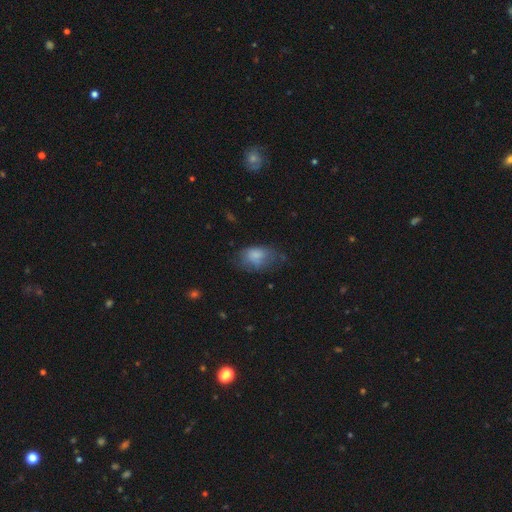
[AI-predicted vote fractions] This is likely a smooth galaxy (77%). How rounded: clearly in between (85%). Merging: possibly none (47%).